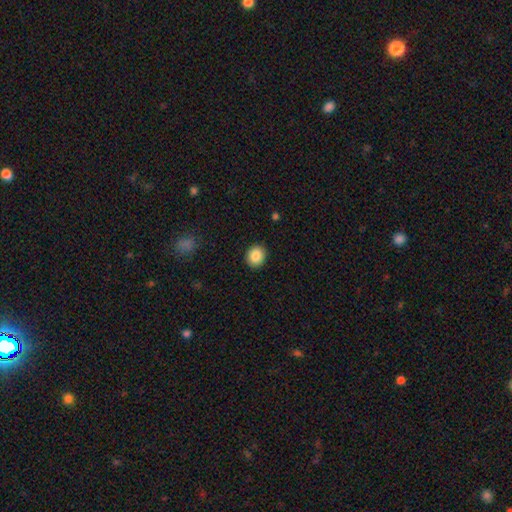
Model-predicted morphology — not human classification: Q: Smooth or featured?
A: smooth (87%); runner-up: star or artifact (8%)
Q: How rounded?
A: round (75%); runner-up: in between (24%)
Q: Merging?
A: none (91%); runner-up: minor disturbance (7%)